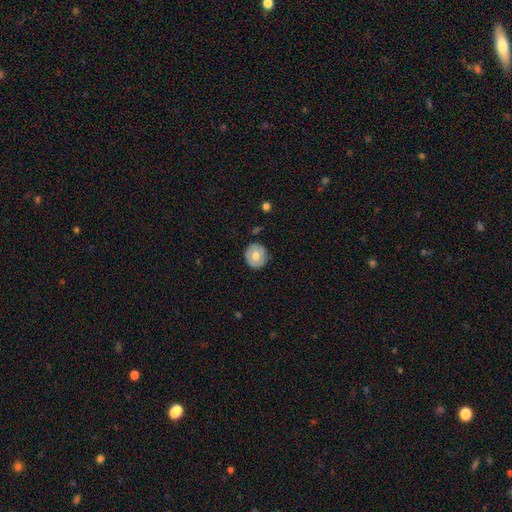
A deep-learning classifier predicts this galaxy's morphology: This is likely a smooth galaxy (63%). How rounded: clearly round (90%). Merging: clearly none (84%).